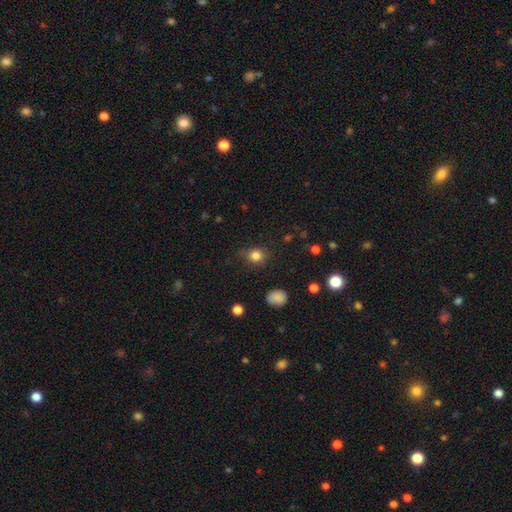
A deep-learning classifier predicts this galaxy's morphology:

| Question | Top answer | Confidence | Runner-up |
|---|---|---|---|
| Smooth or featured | smooth | 82% | star or artifact (12%) |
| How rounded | round | 78% | in between (20%) |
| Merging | none | 74% | minor disturbance (19%) |